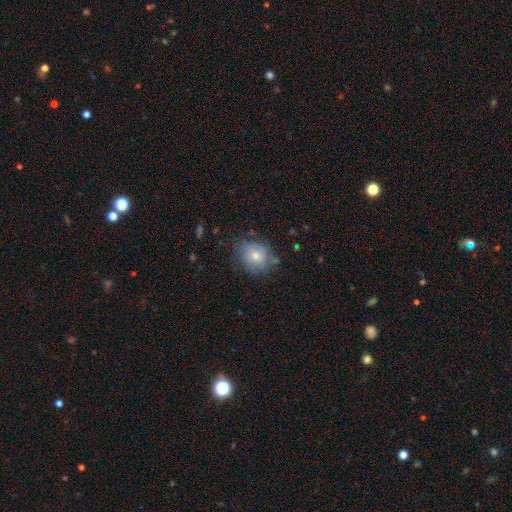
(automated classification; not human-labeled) smooth 73%, featured or disk 17%, star or artifact 9%. Down the decision tree: how rounded — round (71%); merging — none (68%).